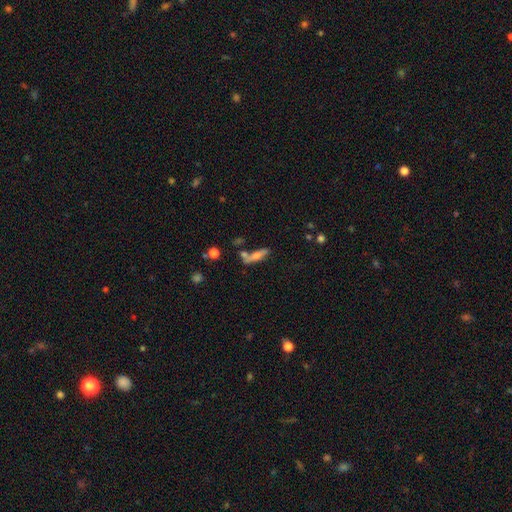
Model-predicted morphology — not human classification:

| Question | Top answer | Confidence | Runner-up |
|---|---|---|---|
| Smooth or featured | smooth | 54% | featured or disk (37%) |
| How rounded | cigar-shaped | 69% | in between (27%) |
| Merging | none | 54% | merger (22%) |